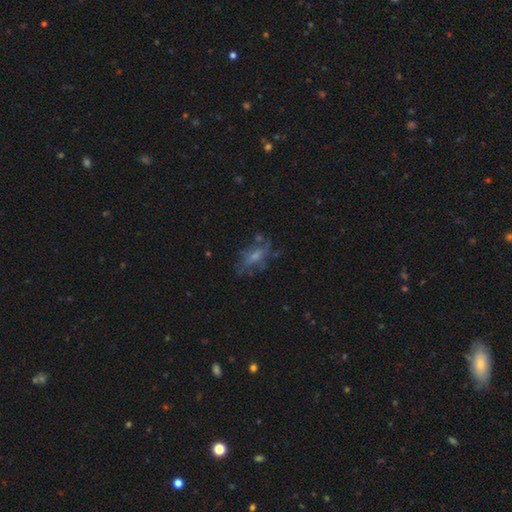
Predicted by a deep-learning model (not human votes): featured or disk 48%, smooth 32%, star or artifact 19%. Down the decision tree: merging — none (59%).